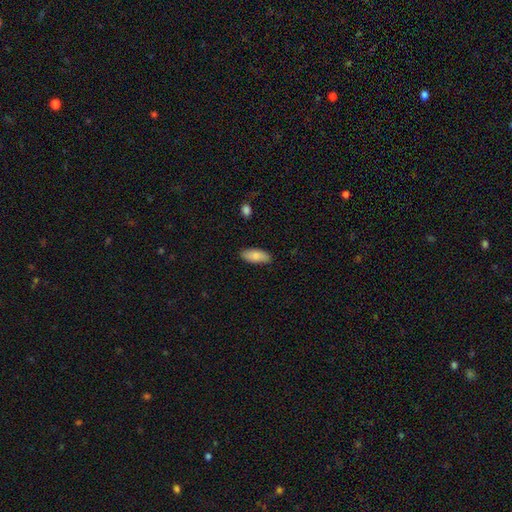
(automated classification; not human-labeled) A smooth galaxy with no disk features (86%) that is in between round and cigar-shaped (83%). Merging: none (85%).